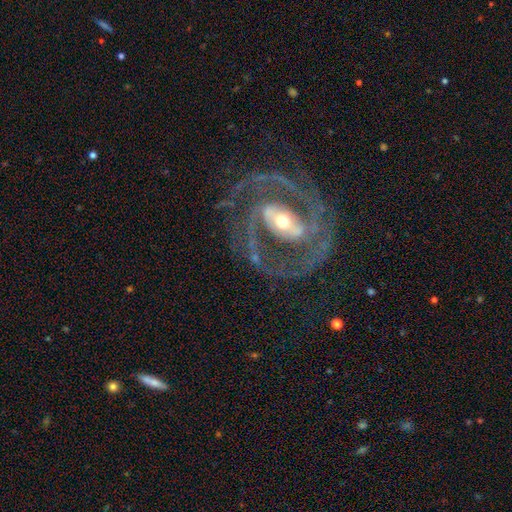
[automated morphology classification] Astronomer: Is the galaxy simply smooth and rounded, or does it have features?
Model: featured or disk — 91%.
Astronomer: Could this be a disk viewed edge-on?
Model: no — 97%.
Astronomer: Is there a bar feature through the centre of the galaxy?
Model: strong — 47% (runner-up: weak, 30%).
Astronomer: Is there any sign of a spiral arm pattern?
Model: yes — 94%.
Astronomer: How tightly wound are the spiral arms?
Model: medium — 46% (runner-up: tight, 44%).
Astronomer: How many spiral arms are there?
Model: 2 — 74%.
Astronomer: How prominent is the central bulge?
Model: moderate — 53% (runner-up: small, 37%).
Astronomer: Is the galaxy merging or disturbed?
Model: none — 70%.